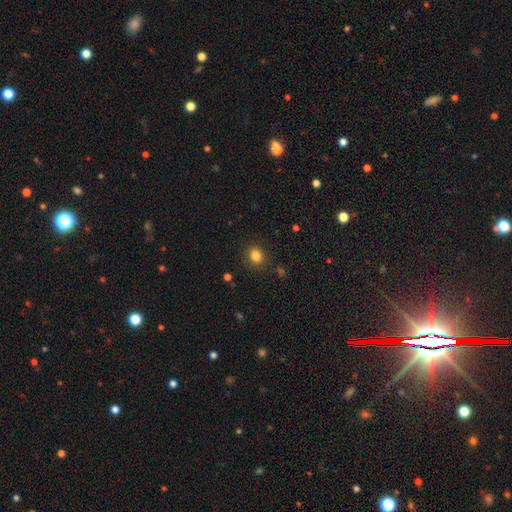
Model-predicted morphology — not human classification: Smooth or featured?
  - smooth: 84% *
  - star or artifact: 12%
  - featured or disk: 5%
How rounded?
  - round: 52% *
  - in between: 47%
  - cigar-shaped: 1%
Merging?
  - none: 87% *
  - minor disturbance: 9%
  - major disturbance: 3%
  - merger: 1%